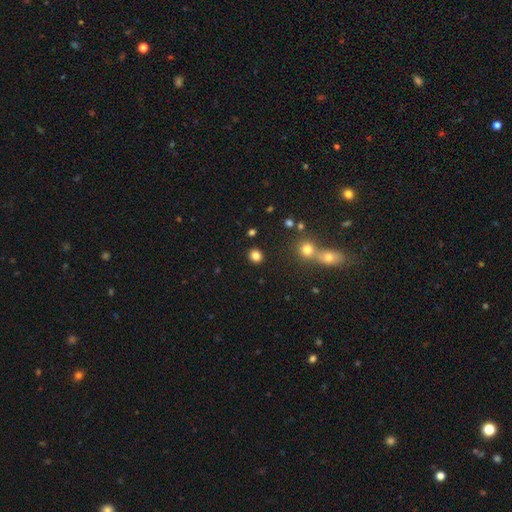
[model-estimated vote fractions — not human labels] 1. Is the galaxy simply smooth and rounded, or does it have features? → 82% smooth, 13% star or artifact, 4% featured or disk.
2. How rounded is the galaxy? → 78% round, 21% in between, 1% cigar-shaped.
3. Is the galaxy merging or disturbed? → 88% none, 6% minor disturbance, 4% merger, 2% major disturbance.